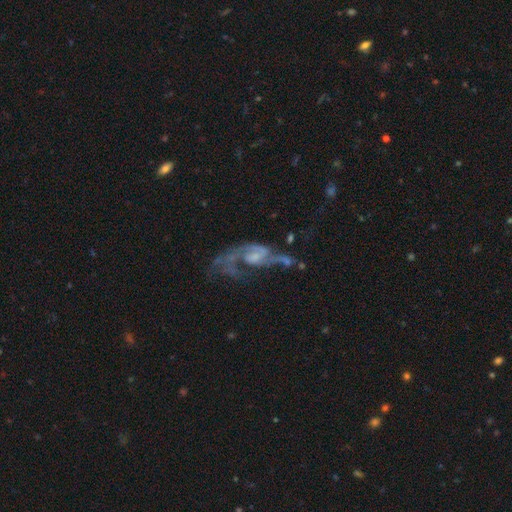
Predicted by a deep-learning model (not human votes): This is likely a featured or disk galaxy (79%). It is clearly not viewed edge-on (94%). Bar: possibly no (57%). Spiral arm pattern: likely yes (80%). Spiral arm count: likely 2 (66%). Spiral winding: possibly loose (54%). Central bulge: marginally small (41%). Merging: marginally major disturbance (40%).